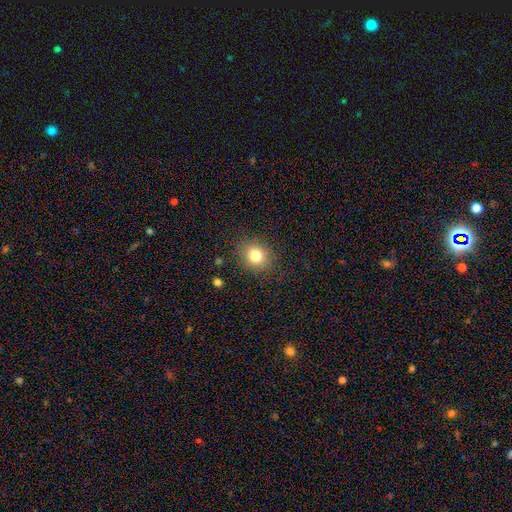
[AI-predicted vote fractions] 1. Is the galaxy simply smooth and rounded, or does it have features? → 79% smooth, 12% star or artifact, 8% featured or disk.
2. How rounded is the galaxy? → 78% round, 21% in between, 1% cigar-shaped.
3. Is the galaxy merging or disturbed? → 86% none, 9% minor disturbance, 3% major disturbance, 1% merger.